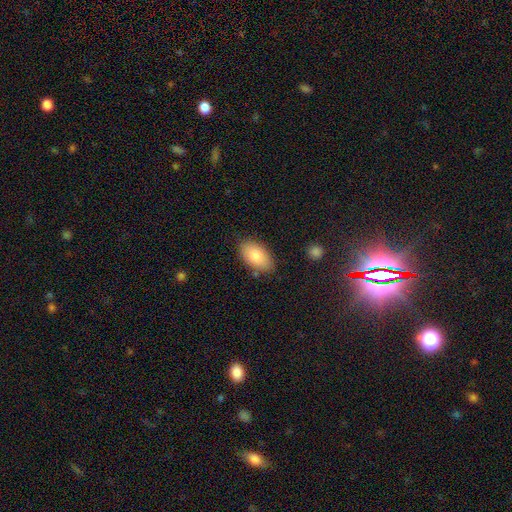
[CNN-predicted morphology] The model was most divided on "merging": none: 82%, minor disturbance: 13%, major disturbance: 3%, merger: 3%. More confident: how rounded — in between (94%); smooth or featured — smooth (81%).